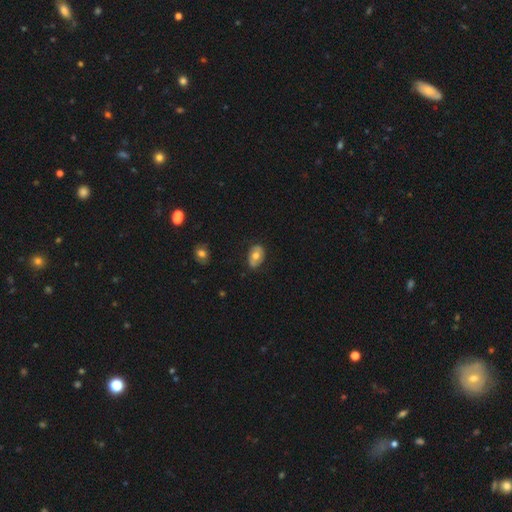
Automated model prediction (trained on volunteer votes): smooth 62%, featured or disk 30%, star or artifact 7%. Down the decision tree: how rounded — in between (85%); merging — none (78%).